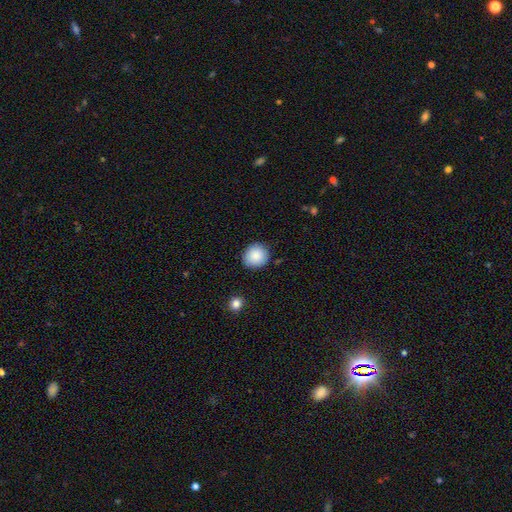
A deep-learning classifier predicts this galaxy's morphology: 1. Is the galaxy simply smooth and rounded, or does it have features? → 88% smooth, 8% star or artifact, 4% featured or disk.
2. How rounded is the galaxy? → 88% round, 11% in between, 1% cigar-shaped.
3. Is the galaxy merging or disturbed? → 88% none, 9% minor disturbance, 2% major disturbance, 2% merger.